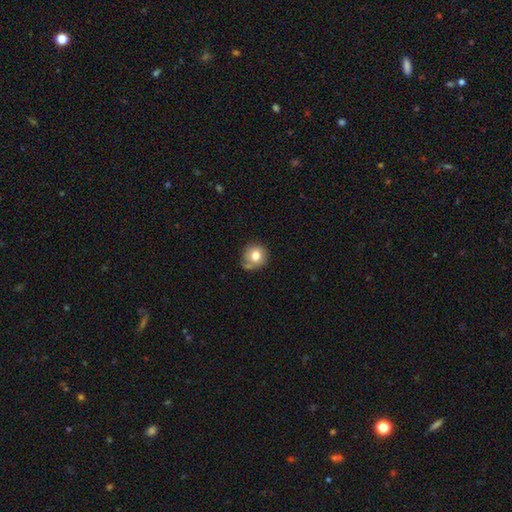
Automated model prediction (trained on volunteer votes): The model was most divided on "merging": none: 66%, minor disturbance: 19%, merger: 10%, major disturbance: 5%. More confident: how rounded — round (89%); smooth or featured — smooth (78%).